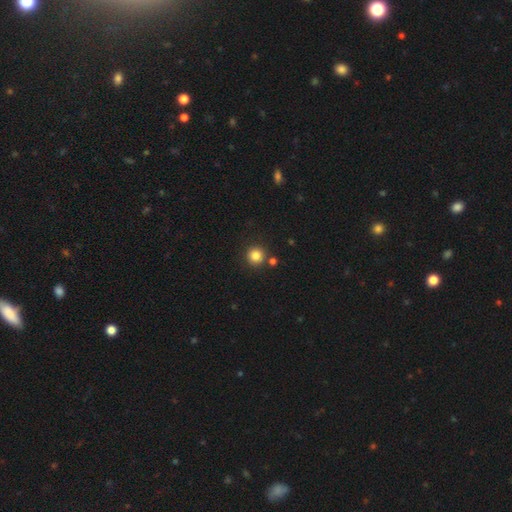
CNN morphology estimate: This appears to be a smooth galaxy with no disk features (83%) that is round (95%). Merging: none (85%).